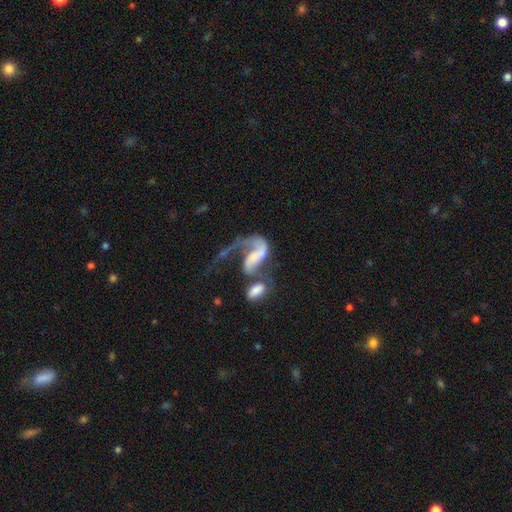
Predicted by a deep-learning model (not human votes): smooth-or-featured: featured or disk: 72% | smooth: 20% | star or artifact: 8%
  disk-edge-on: no: 96% | yes: 4%
    bar: no: 44% | weak: 33% | strong: 23%
    has-spiral-arms: yes: 83% | no: 17%
      spiral-winding: loose: 78% | medium: 18% | tight: 5%
      spiral-arm-count: 2: 48% | 1: 45% | can't tell: 4% | 3: 1% | 4: 1% | more than 4: 1%
    bulge-size: none: 44% | small: 25% | moderate: 18% | large: 10% | dominant: 3%
  merging: merger: 47% | major disturbance: 30% | none: 15% | minor disturbance: 8%